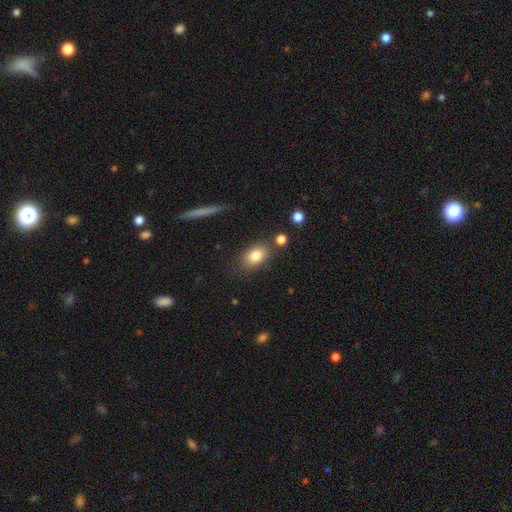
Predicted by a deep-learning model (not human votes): Smooth or featured?
  - smooth: 82% *
  - featured or disk: 10%
  - star or artifact: 9%
How rounded?
  - in between: 82% *
  - round: 15%
  - cigar-shaped: 3%
Merging?
  - none: 75% *
  - minor disturbance: 14%
  - merger: 7%
  - major disturbance: 4%